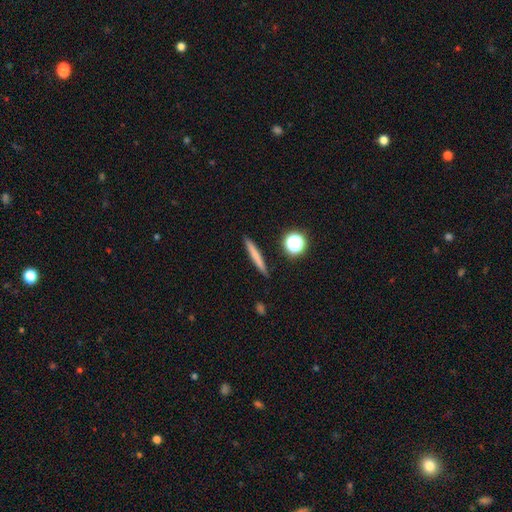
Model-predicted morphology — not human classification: The model was most divided on "smooth or featured": smooth: 68%, featured or disk: 24%, star or artifact: 8%. More confident: how rounded — cigar-shaped (93%); merging — none (90%).